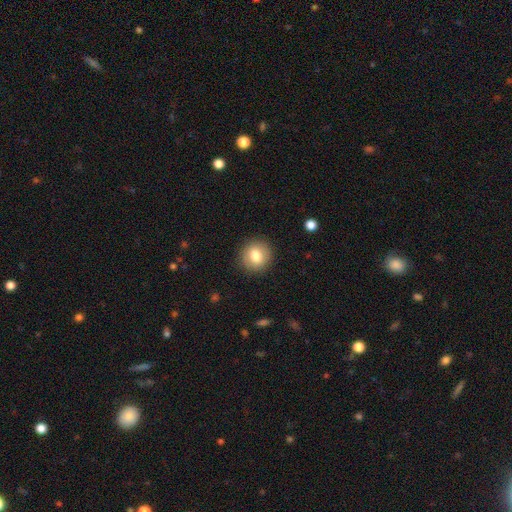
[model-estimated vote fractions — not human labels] Morphology: type=smooth (79%); roundness=round (86%); merging=none (90%).